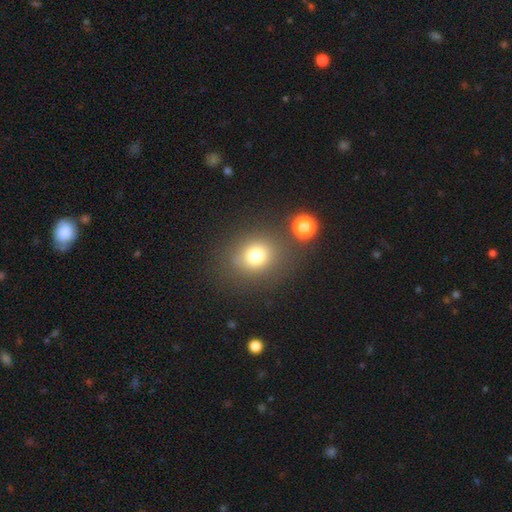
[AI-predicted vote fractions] Smooth or featured? Predicted: smooth (p=0.76). How rounded? Predicted: round (p=0.76). Merging? Predicted: none (p=0.76).